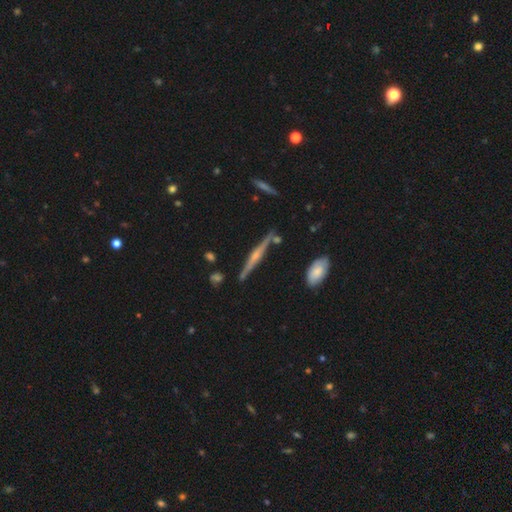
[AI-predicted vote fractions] smooth_or_featured: featured or disk (p=0.77) [alt: smooth p=0.16]
disk_edge_on: yes (p=0.98) [alt: no p=0.02]
edge_on_bulge: rounded (p=0.78) [alt: boxy p=0.11]
merging: none (p=0.84) [alt: minor disturbance p=0.10]